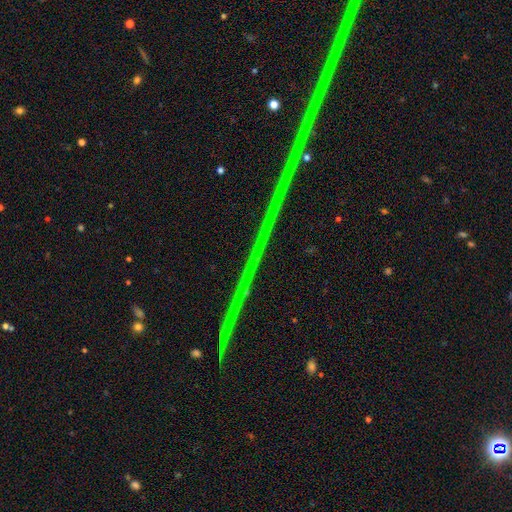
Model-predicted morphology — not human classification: type=star or artifact (88%).